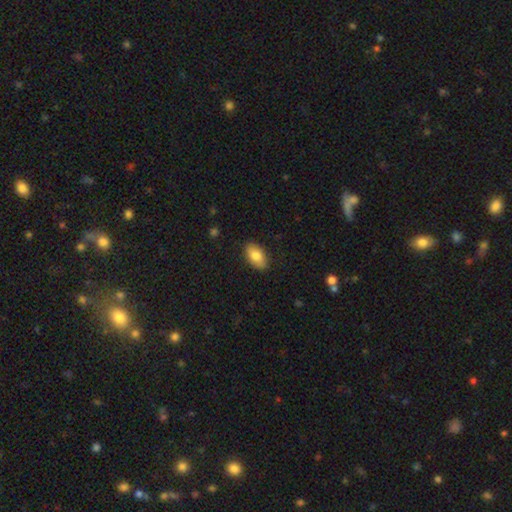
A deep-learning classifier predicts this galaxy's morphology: Q: Smooth or featured?
A: smooth (82%); runner-up: featured or disk (12%)
Q: How rounded?
A: in between (92%); runner-up: round (5%)
Q: Merging?
A: none (87%); runner-up: minor disturbance (10%)